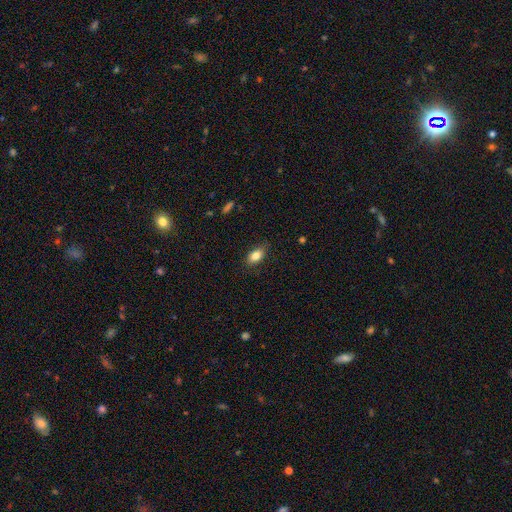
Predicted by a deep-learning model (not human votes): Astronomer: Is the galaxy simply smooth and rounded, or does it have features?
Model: smooth — 83%.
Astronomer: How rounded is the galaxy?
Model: in between — 87%.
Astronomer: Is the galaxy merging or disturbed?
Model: none — 81%.